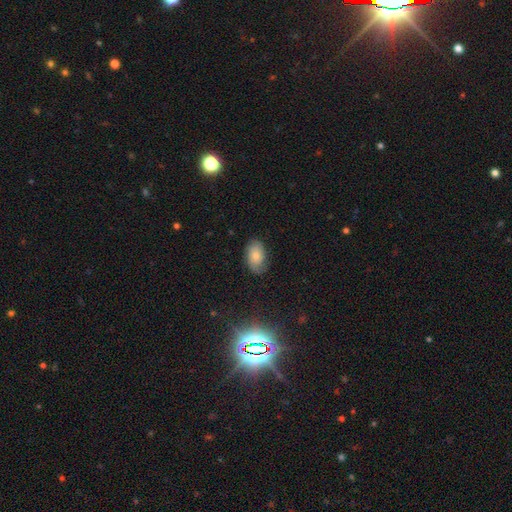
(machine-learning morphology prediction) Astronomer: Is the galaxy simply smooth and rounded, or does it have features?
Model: smooth — 56% (runner-up: featured or disk, 34%).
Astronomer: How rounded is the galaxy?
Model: in between — 89%.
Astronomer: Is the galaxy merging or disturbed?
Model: none — 72%.